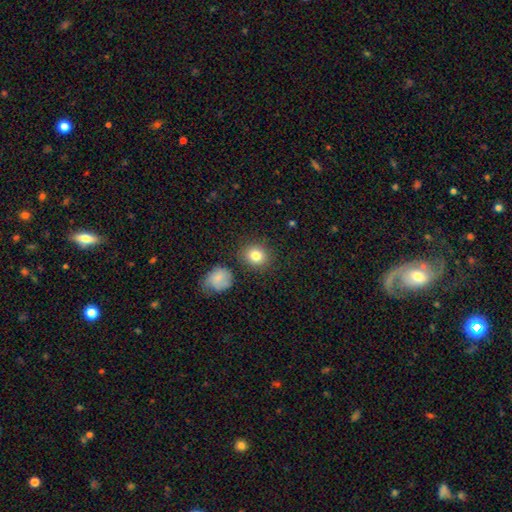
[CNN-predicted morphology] Smooth or featured: smooth — 83% (star or artifact — 10%)
How rounded: round — 79% (in between — 20%)
Merging: none — 83% (minor disturbance — 9%)